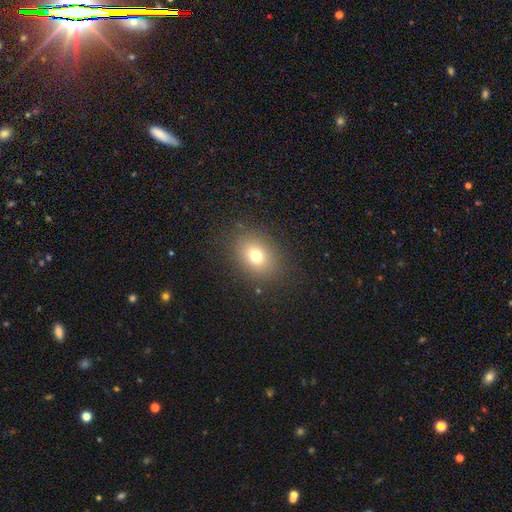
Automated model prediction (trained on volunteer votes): smooth 74%, star or artifact 14%, featured or disk 12%. Down the decision tree: how rounded — in between (58%); merging — none (85%).